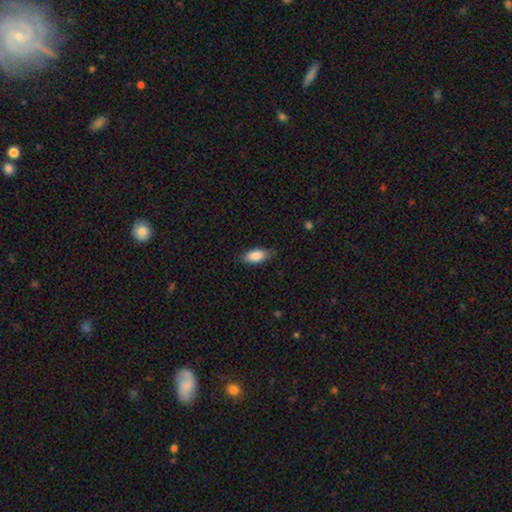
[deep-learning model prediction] The model was most divided on "merging": none: 79%, minor disturbance: 17%, major disturbance: 3%, merger: 1%. More confident: how rounded — in between (87%); smooth or featured — smooth (86%).